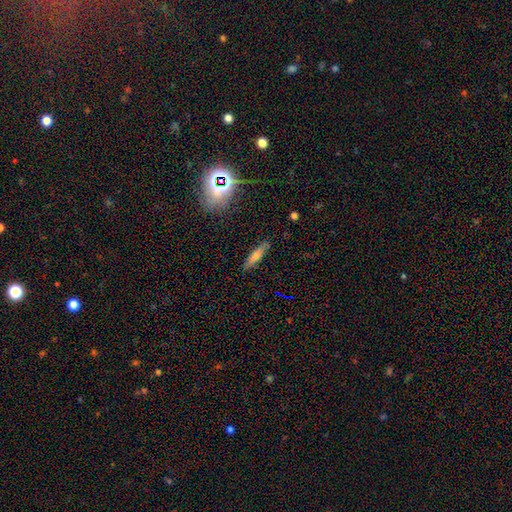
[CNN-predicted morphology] This is possibly a smooth galaxy (58%). How rounded: likely cigar-shaped (78%). Merging: clearly none (86%).